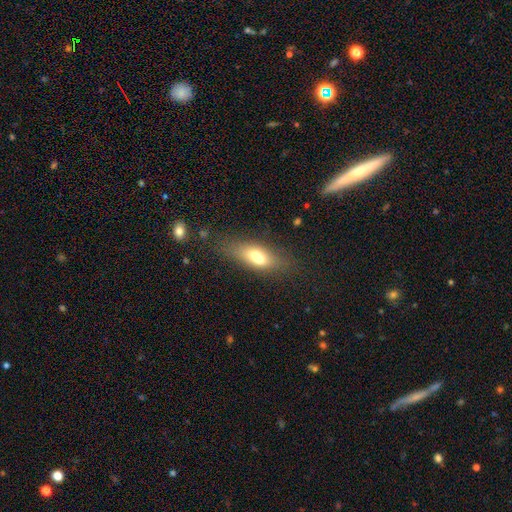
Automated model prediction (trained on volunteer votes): smooth 63%, featured or disk 27%, star or artifact 10%. Down the decision tree: how rounded — in between (68%); merging — none (60%).